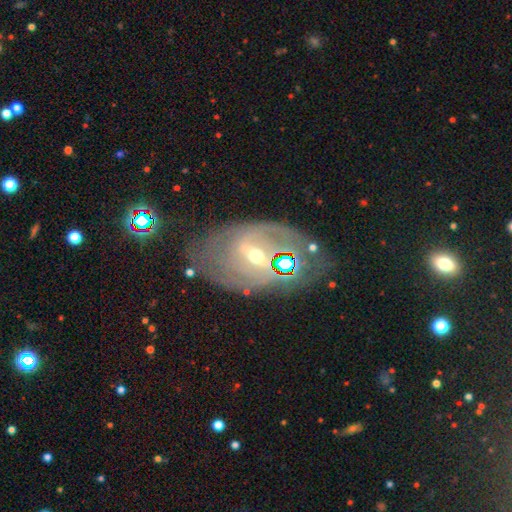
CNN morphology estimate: Smooth or featured?
  - featured or disk: 77% *
  - smooth: 14%
  - star or artifact: 9%
Edge-on disk?
  - no: 91% *
  - yes: 9%
Bar?
  - strong: 50% *
  - weak: 35%
  - no: 15%
Spiral arms?
  - yes: 73% *
  - no: 27%
Spiral winding?
  - tight: 46% *
  - medium: 35%
  - loose: 19%
Spiral arm count?
  - 2: 59% *
  - can't tell: 25%
  - 1: 6%
  - 3: 5%
  - 4: 3%
  - more than 4: 3%
Bulge size?
  - moderate: 60% *
  - small: 34%
  - large: 4%
  - none: 1%
  - dominant: 1%
Merging?
  - none: 57% *
  - minor disturbance: 21%
  - major disturbance: 14%
  - merger: 8%